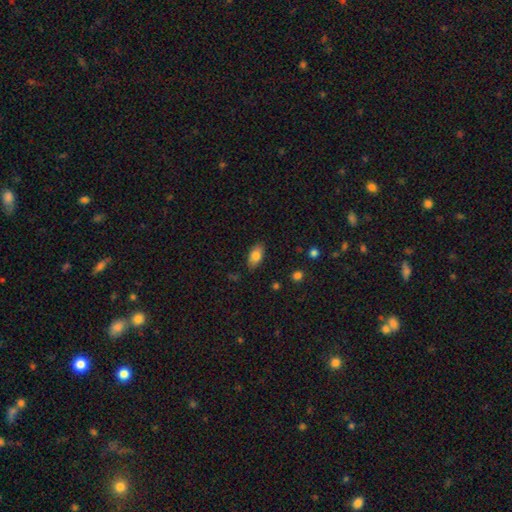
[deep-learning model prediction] Morphology: type=smooth (80%); roundness=in between (91%); merging=none (84%).